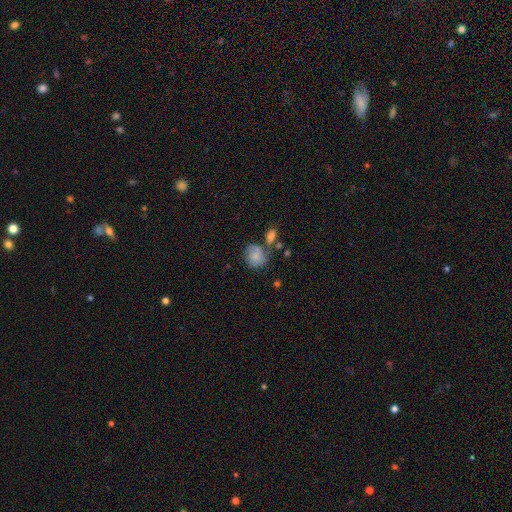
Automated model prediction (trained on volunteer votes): Smooth or featured? Predicted: smooth (p=0.68). How rounded? Predicted: round (p=0.67). Merging? Predicted: none (p=0.50).